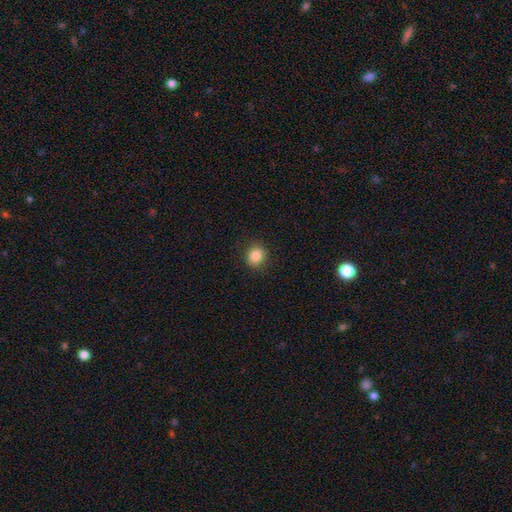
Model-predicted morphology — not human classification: type=smooth (84%); roundness=round (78%); merging=none (89%).